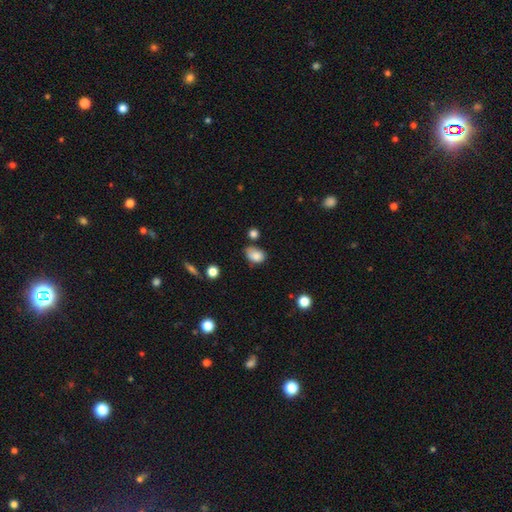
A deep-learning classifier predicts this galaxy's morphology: smooth_or_featured: smooth (p=0.83) [alt: star or artifact p=0.10]
how_rounded: in between (p=0.78) [alt: round p=0.21]
merging: none (p=0.49) [alt: minor disturbance p=0.33]